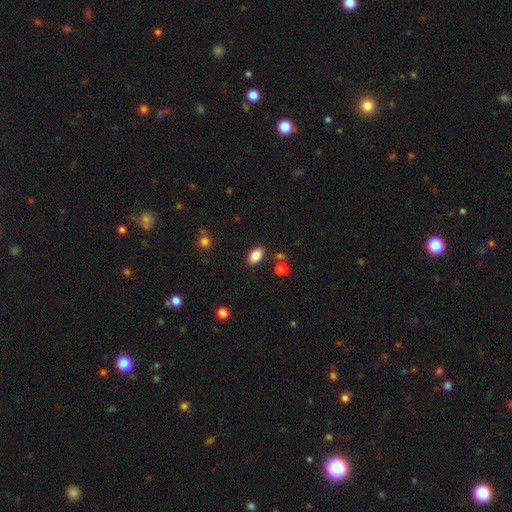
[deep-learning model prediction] Smooth or featured? smooth (85%)
How rounded? in between (91%)
Merging? none (84%)